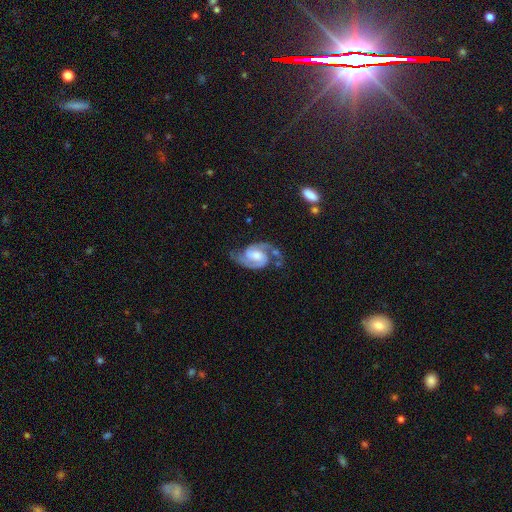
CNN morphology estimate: This appears to be a featured or disk galaxy (91%) with a weak bar (48%), 2 (94%) medium (59%) spiral arms (98%) and a moderate central bulge (42%). Merging: none (70%).